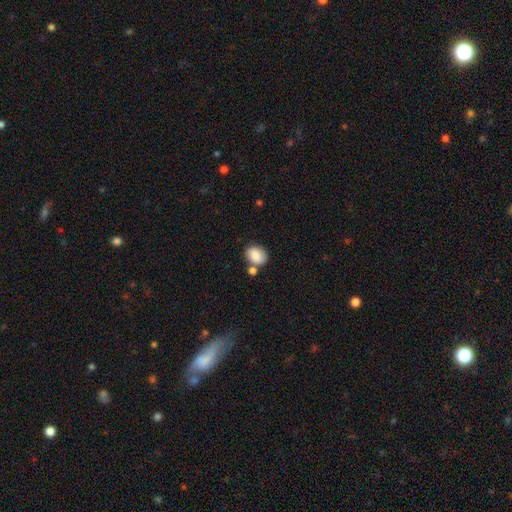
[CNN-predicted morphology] The model was most divided on "how rounded": in between: 55%, round: 44%, cigar-shaped: 1%. More confident: smooth or featured — smooth (86%); merging — none (60%).